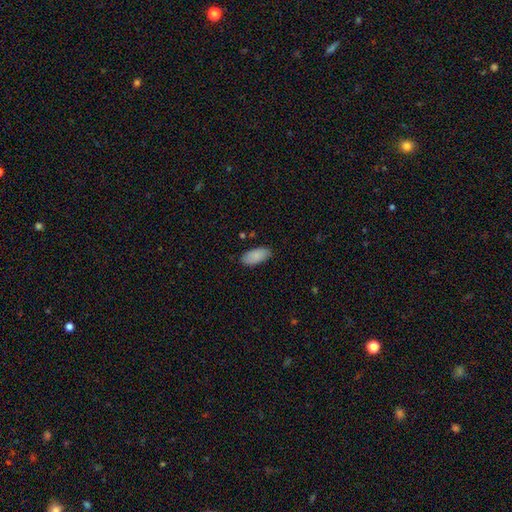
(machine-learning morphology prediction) type=smooth (86%); roundness=in between (91%); merging=none (83%).